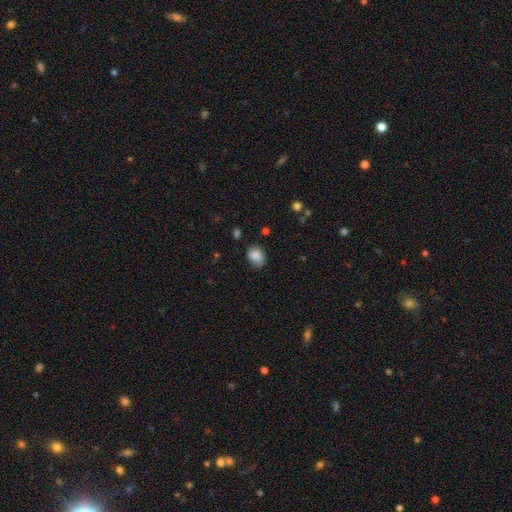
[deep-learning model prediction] The model was most divided on "how rounded": in between: 56%, round: 43%, cigar-shaped: 1%. More confident: smooth or featured — smooth (85%); merging — none (69%).